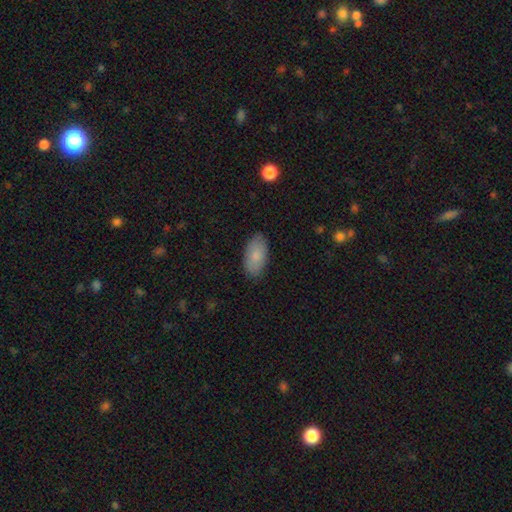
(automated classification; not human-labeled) A smooth galaxy with no disk features (84%) that is in between round and cigar-shaped (94%). Merging: none (86%).